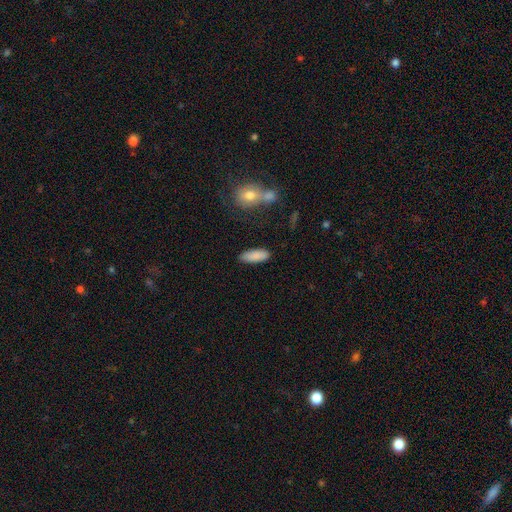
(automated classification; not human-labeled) Smooth or featured? Predicted: smooth (p=0.87). How rounded? Predicted: in between (p=0.66). Merging? Predicted: none (p=0.82).